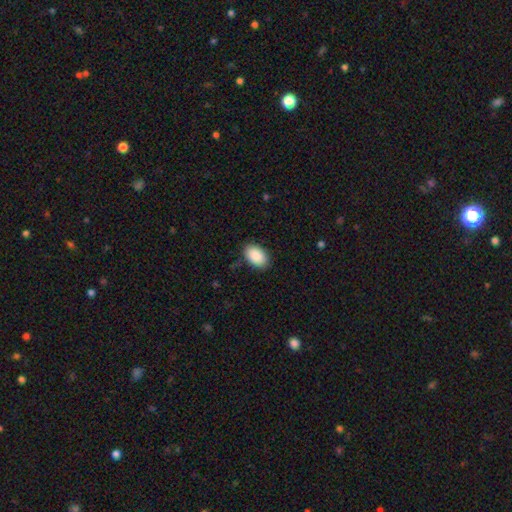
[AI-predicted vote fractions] A smooth galaxy with no disk features (90%) that is in between round and cigar-shaped (90%).

Vote fractions:
- Smooth or featured? smooth: 90% / star or artifact: 6% / featured or disk: 4%
- How rounded? in between: 90% / round: 9% / cigar-shaped: 1%
- Merging? none: 85% / minor disturbance: 11% / major disturbance: 3% / merger: 1%